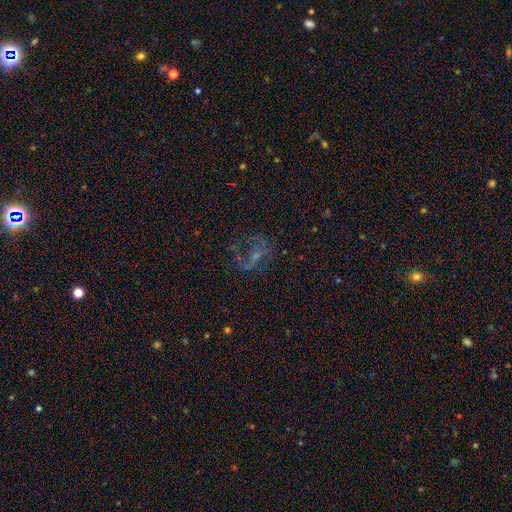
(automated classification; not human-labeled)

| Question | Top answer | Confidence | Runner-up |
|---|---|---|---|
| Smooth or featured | featured or disk | 58% | star or artifact (23%) |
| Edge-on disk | no | 97% | yes (3%) |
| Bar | no | 58% | weak (32%) |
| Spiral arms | no | 51% | yes (49%) |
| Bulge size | small | 53% | none (22%) |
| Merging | none | 46% | major disturbance (33%) |